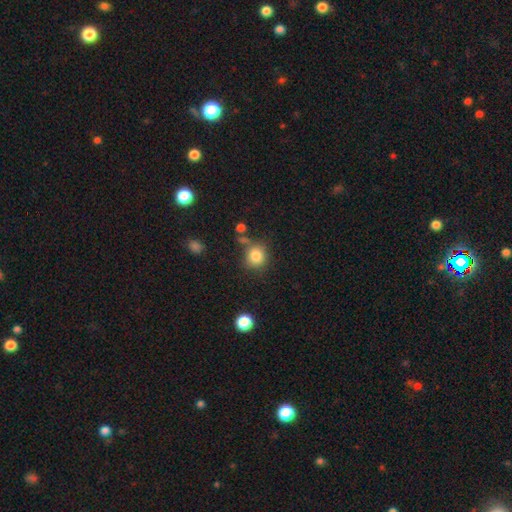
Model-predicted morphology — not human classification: smooth_or_featured: smooth (p=0.83) [alt: star or artifact p=0.11]
how_rounded: round (p=0.84) [alt: in between p=0.15]
merging: none (p=0.72) [alt: minor disturbance p=0.14]